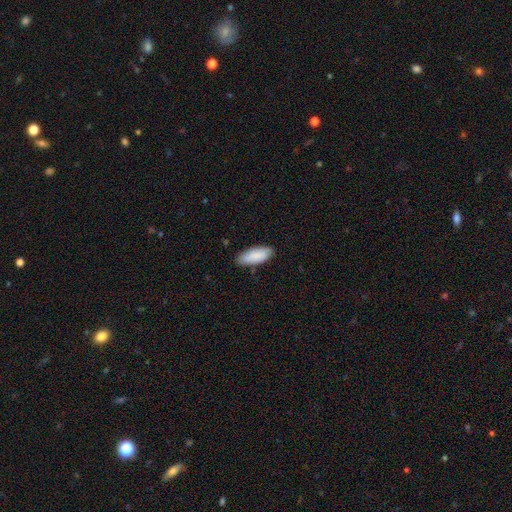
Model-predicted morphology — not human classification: smooth-or-featured: smooth: 88% | featured or disk: 7% | star or artifact: 6%
  how-rounded: in between: 79% | cigar-shaped: 20% | round: 2%
  merging: none: 82% | minor disturbance: 14% | major disturbance: 2% | merger: 1%